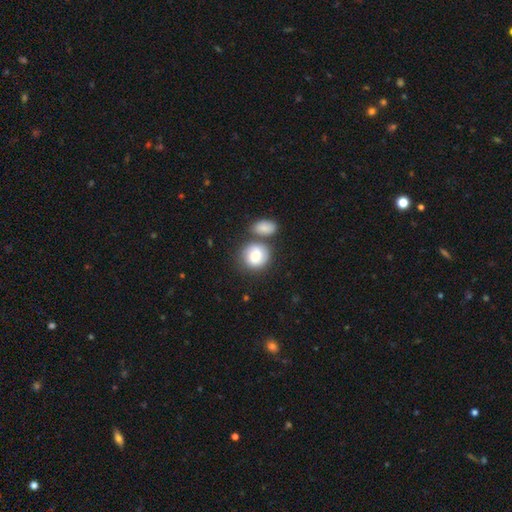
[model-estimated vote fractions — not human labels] Morphology: type=smooth (73%); roundness=round (74%); merging=none (46%).